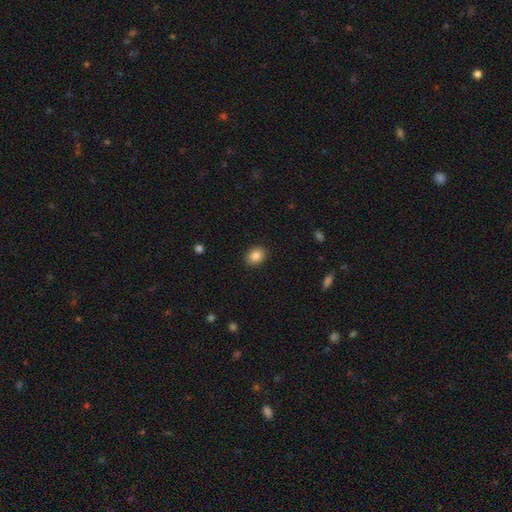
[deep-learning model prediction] Smooth or featured?
  - smooth: 85% *
  - star or artifact: 9%
  - featured or disk: 6%
How rounded?
  - in between: 68% *
  - round: 31%
  - cigar-shaped: 1%
Merging?
  - none: 90% *
  - minor disturbance: 8%
  - major disturbance: 2%
  - merger: 1%